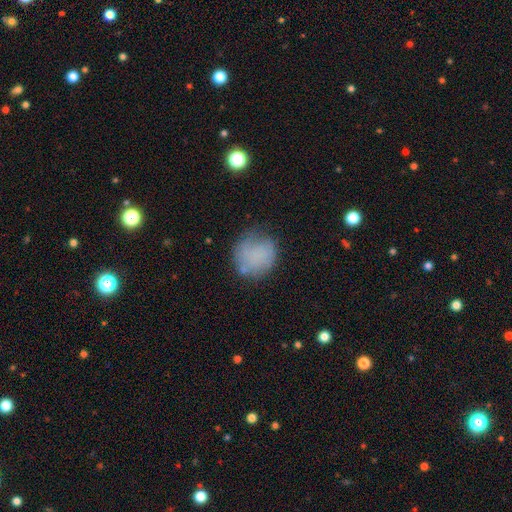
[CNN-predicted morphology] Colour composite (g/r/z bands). It shows a smooth galaxy with no disk features (73%) that is round (81%). Merging: none (59%).